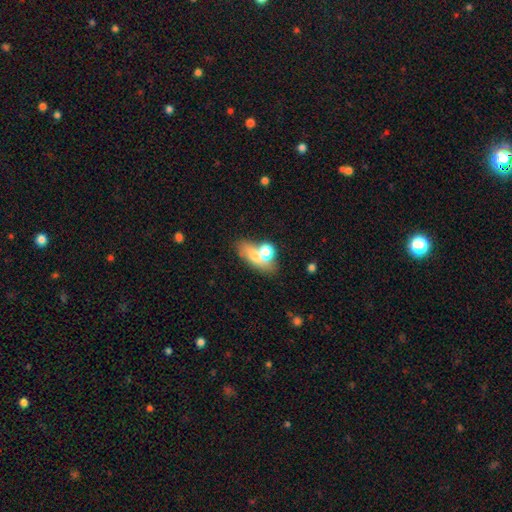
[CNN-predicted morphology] smooth 66%, featured or disk 23%, star or artifact 11%. Down the decision tree: how rounded — in between (74%); merging — none (41%).